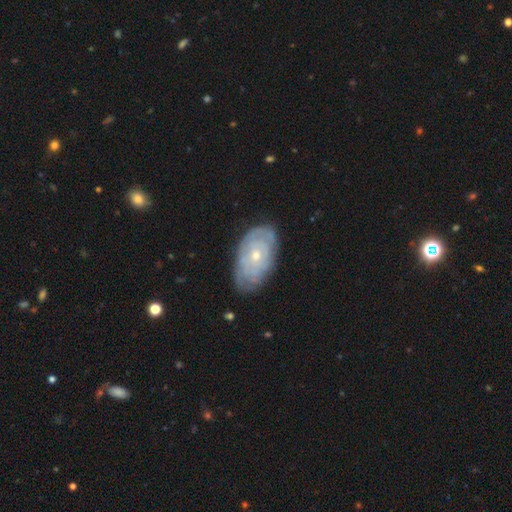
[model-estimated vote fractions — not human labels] This appears to be a featured or disk galaxy (70%) with no bar (80%), tight (78%) spiral arms (78%) and a small central bulge (62%). Merging: none (75%).